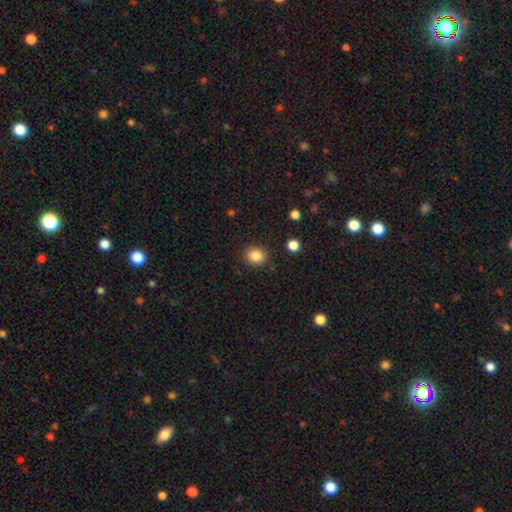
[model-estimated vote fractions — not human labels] A smooth galaxy with no disk features (85%) that is round (75%). Merging: none (87%).